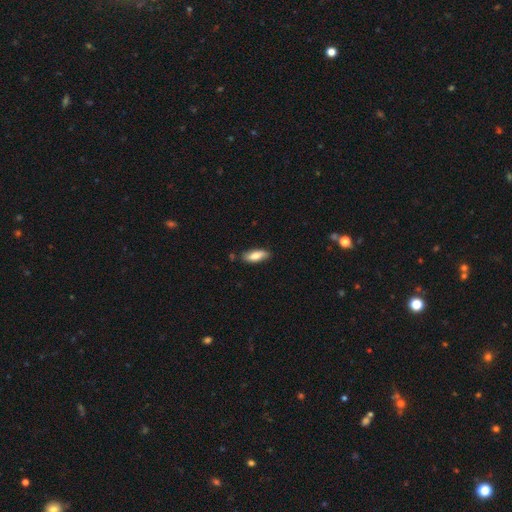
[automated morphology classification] type=smooth (78%); roundness=in between (72%); merging=none (80%).